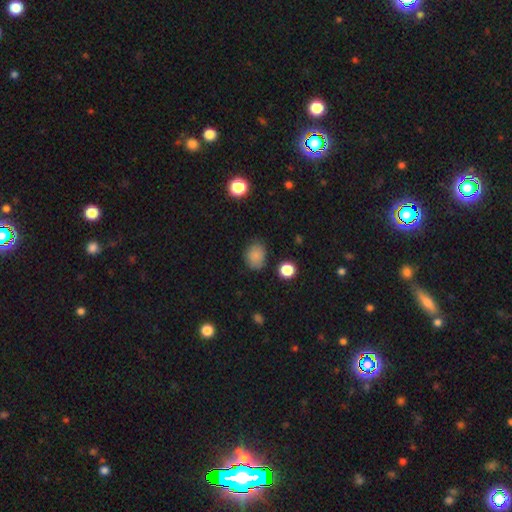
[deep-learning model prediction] This appears to be a smooth galaxy with no disk features (83%) that is in between round and cigar-shaped (53%). Merging: none (74%).